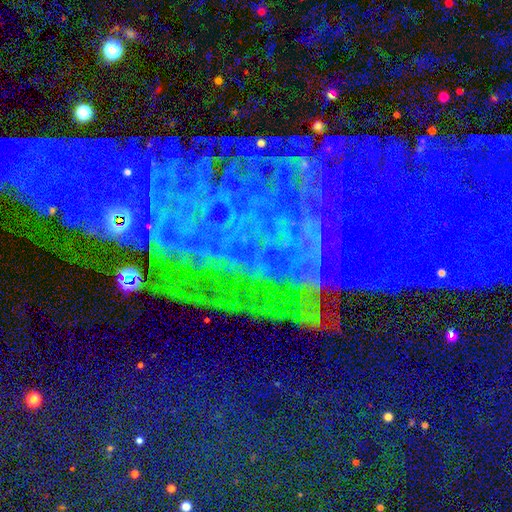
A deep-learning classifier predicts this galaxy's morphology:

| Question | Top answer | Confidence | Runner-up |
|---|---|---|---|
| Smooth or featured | star or artifact | 78% | featured or disk (12%) |